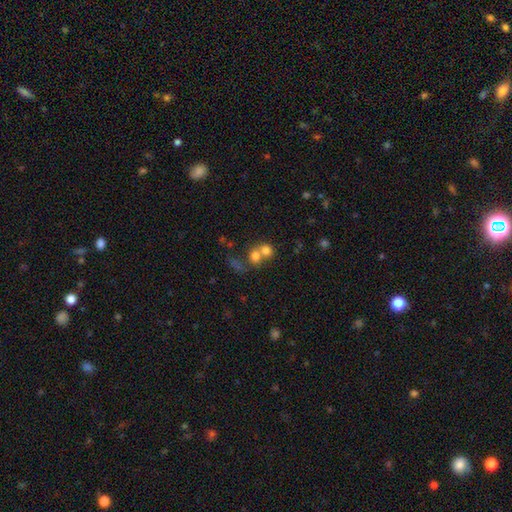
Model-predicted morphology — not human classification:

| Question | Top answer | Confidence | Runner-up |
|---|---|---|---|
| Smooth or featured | smooth | 73% | featured or disk (15%) |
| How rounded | round | 77% | in between (22%) |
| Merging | merger | 62% | none (29%) |